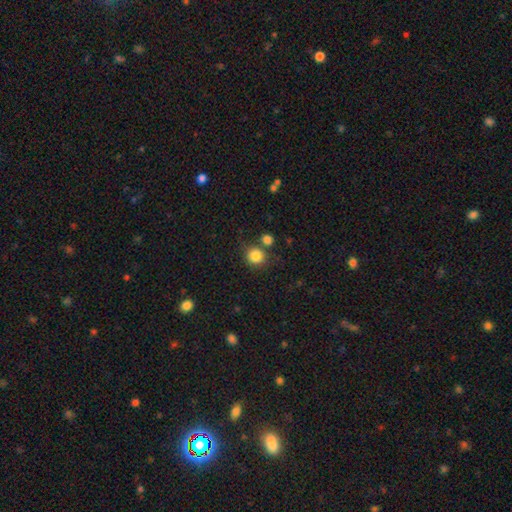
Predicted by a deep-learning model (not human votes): The model was most divided on "merging": none: 67%, merger: 16%, minor disturbance: 12%, major disturbance: 4%. More confident: how rounded — round (85%); smooth or featured — smooth (85%).